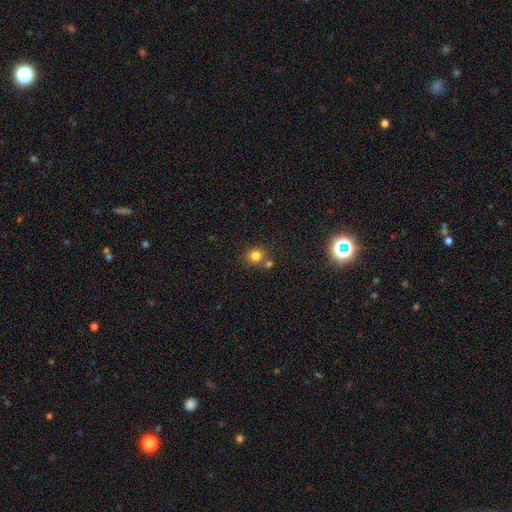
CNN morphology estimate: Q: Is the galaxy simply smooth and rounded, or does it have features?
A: smooth — 80%.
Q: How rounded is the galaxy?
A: round — 82%.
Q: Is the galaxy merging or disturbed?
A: none — 62%.